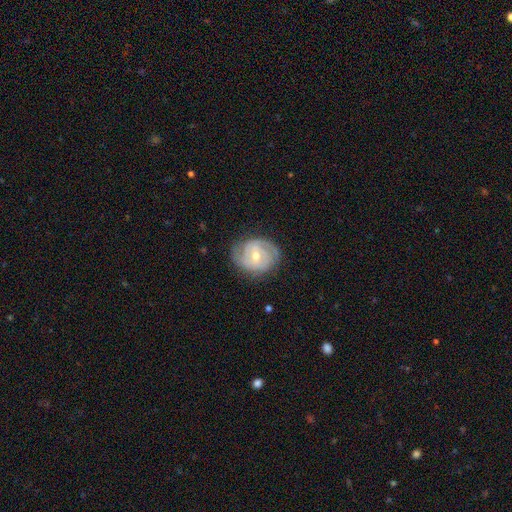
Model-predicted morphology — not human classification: Smooth or featured?
  - featured or disk: 81% *
  - smooth: 13%
  - star or artifact: 6%
Edge-on disk?
  - no: 97% *
  - yes: 3%
Bar?
  - no: 50% *
  - weak: 39%
  - strong: 11%
Spiral arms?
  - yes: 93% *
  - no: 7%
Spiral winding?
  - tight: 64% *
  - medium: 29%
  - loose: 7%
Spiral arm count?
  - 2: 46% *
  - 3: 21%
  - can't tell: 21%
  - 4: 5%
  - 1: 4%
  - more than 4: 3%
Bulge size?
  - moderate: 54% *
  - small: 43%
  - large: 1%
  - none: 1%
  - dominant: 1%
Merging?
  - none: 78% *
  - minor disturbance: 16%
  - major disturbance: 5%
  - merger: 1%